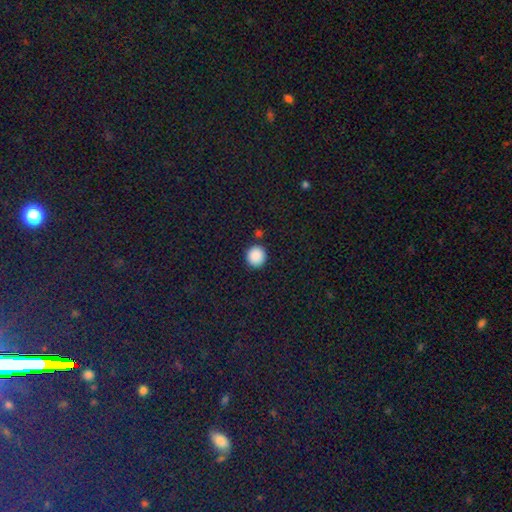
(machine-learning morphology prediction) This is clearly a smooth galaxy (88%). How rounded: clearly round (92%). Merging: clearly none (90%).